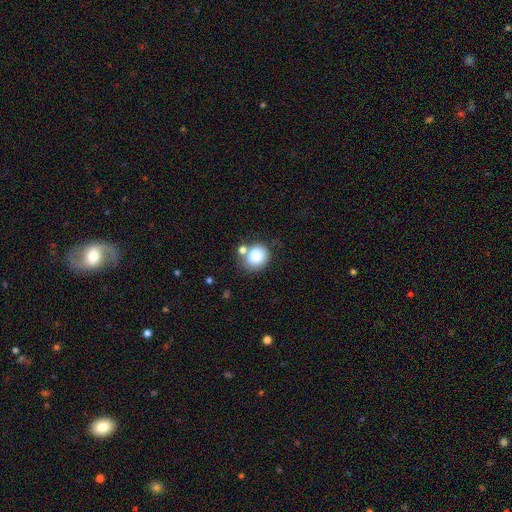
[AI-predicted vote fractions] A smooth galaxy with no disk features (84%) that is round (81%). Merging: none (64%).